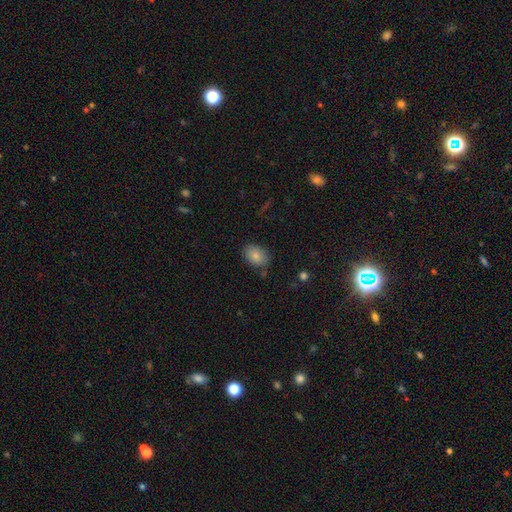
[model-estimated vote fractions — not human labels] This appears to be a smooth galaxy with no disk features (82%) that is in between round and cigar-shaped (79%). Merging: none (79%).